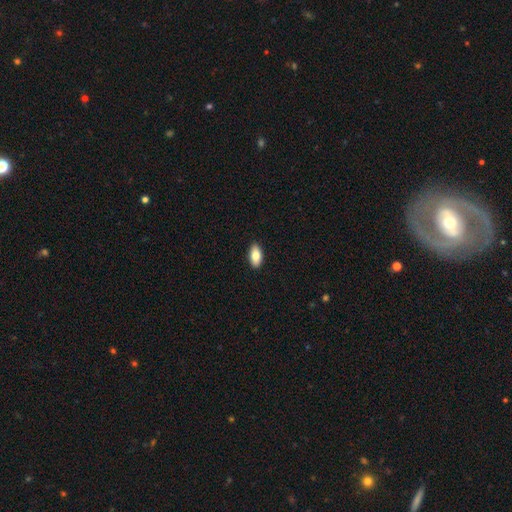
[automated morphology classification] type=smooth (82%); roundness=in between (91%); merging=none (90%).